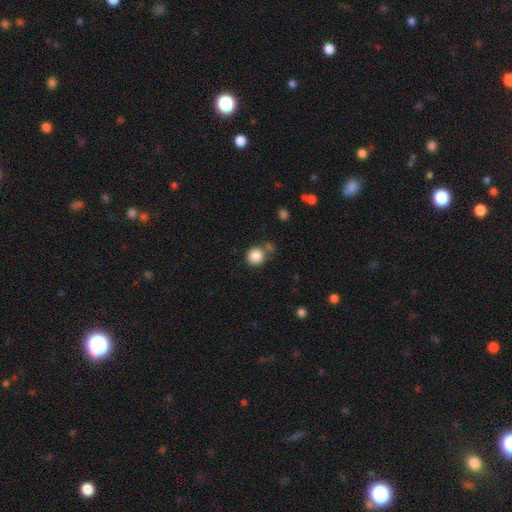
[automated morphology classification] A smooth galaxy with no disk features (85%) that is round (90%). Merging: none (70%).